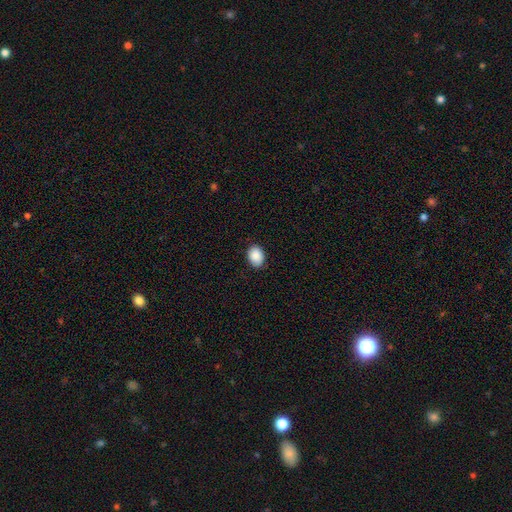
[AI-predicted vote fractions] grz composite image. It shows a smooth galaxy with no disk features (89%) that is in between round and cigar-shaped (73%). Merging: none (87%).